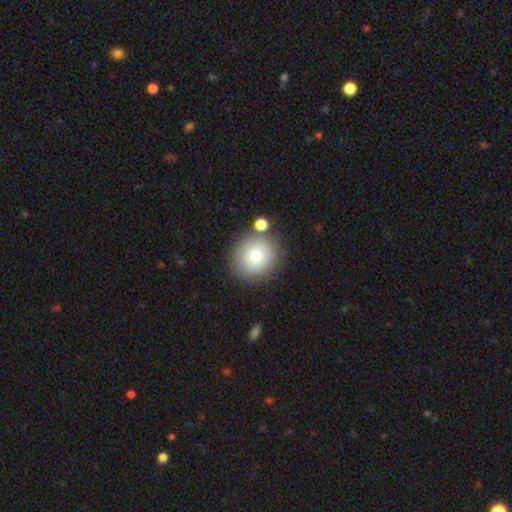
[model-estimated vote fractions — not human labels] The model was most divided on "merging": none: 79%, minor disturbance: 10%, merger: 8%, major disturbance: 3%. More confident: how rounded — round (88%); smooth or featured — smooth (81%).